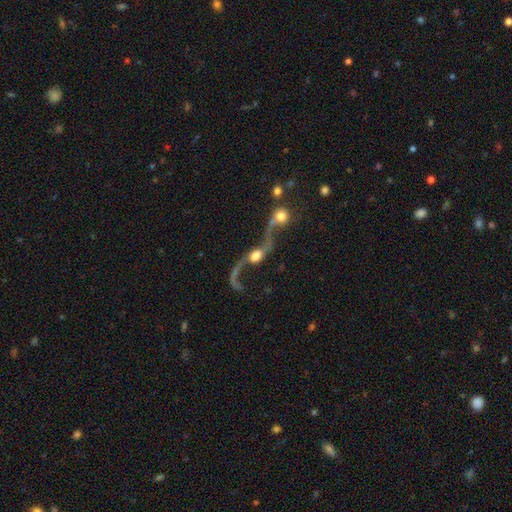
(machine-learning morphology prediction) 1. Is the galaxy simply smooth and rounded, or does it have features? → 75% featured or disk, 16% smooth, 9% star or artifact.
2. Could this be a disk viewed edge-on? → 90% no, 10% yes.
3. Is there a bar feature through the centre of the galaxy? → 60% no, 29% weak, 12% strong.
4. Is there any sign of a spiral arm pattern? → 83% yes, 17% no.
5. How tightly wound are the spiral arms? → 93% loose, 5% medium, 2% tight.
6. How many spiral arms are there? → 78% 2, 16% 1, 3% can't tell, 1% 3, 1% 4, 1% more than 4.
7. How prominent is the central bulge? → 42% moderate, 33% large, 12% small, 7% dominant, 6% none.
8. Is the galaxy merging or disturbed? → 62% merger, 17% none, 14% major disturbance, 7% minor disturbance.